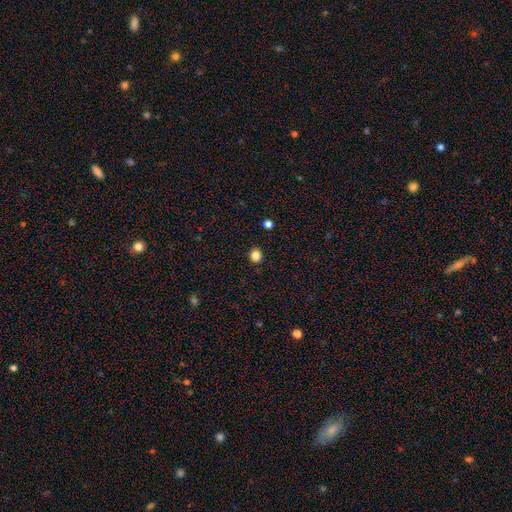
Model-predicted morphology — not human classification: Smooth or featured: smooth — 84% (star or artifact — 12%)
How rounded: round — 87% (in between — 13%)
Merging: none — 91% (minor disturbance — 6%)